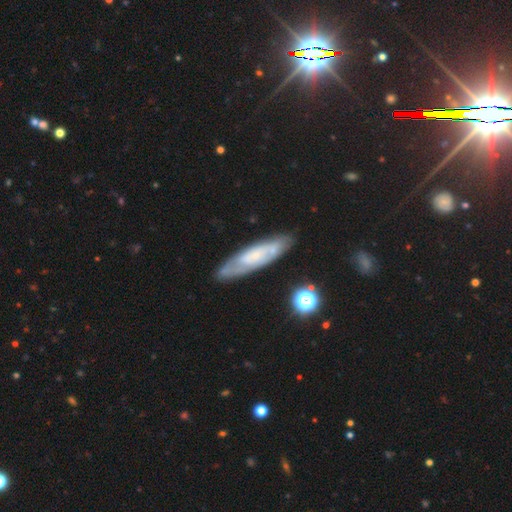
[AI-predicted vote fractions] Smooth or featured?
  - featured or disk: 57% *
  - smooth: 35%
  - star or artifact: 7%
Edge-on disk?
  - no: 64% *
  - yes: 36%
Merging?
  - none: 78% *
  - minor disturbance: 15%
  - major disturbance: 4%
  - merger: 3%